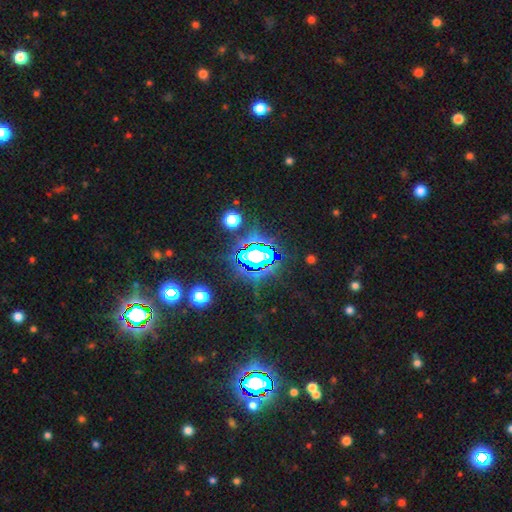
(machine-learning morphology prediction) Smooth or featured?
  - star or artifact: 80% *
  - smooth: 12%
  - featured or disk: 9%